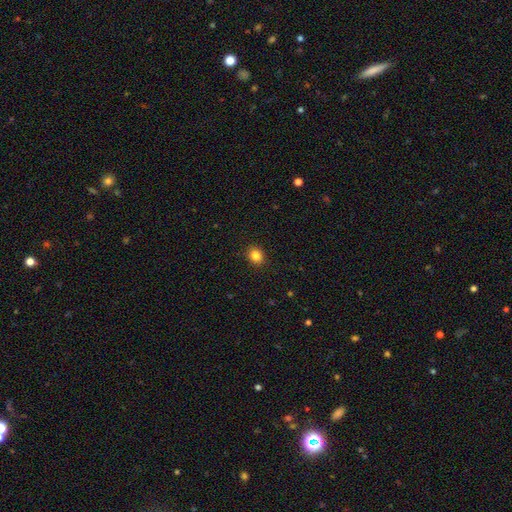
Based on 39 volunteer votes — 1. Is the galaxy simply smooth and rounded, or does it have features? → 85% smooth, 10% featured or disk, 5% star or artifact.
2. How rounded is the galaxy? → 67% round, 33% in between, 0% cigar-shaped.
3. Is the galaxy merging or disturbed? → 100% none, 0% minor disturbance, 0% major disturbance, 0% merger.